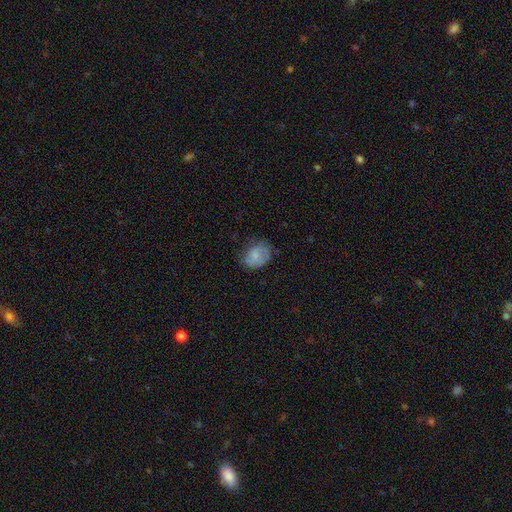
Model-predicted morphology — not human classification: This appears to be a smooth galaxy with no disk features (72%) that is in between round and cigar-shaped (67%). Merging: none (60%).